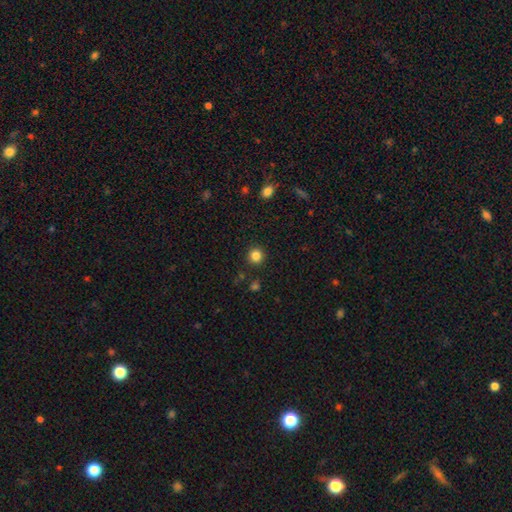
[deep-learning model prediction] Morphology: type=smooth (84%); roundness=round (94%); merging=none (92%).